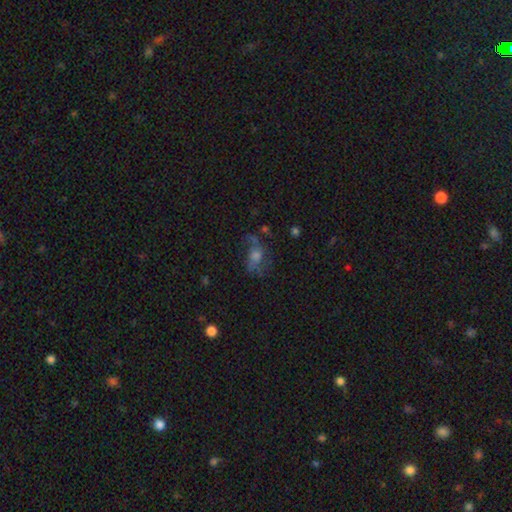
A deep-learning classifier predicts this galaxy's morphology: smooth_or_featured: featured or disk (p=0.49) [alt: smooth p=0.30]
merging: none (p=0.48) [alt: major disturbance p=0.27]